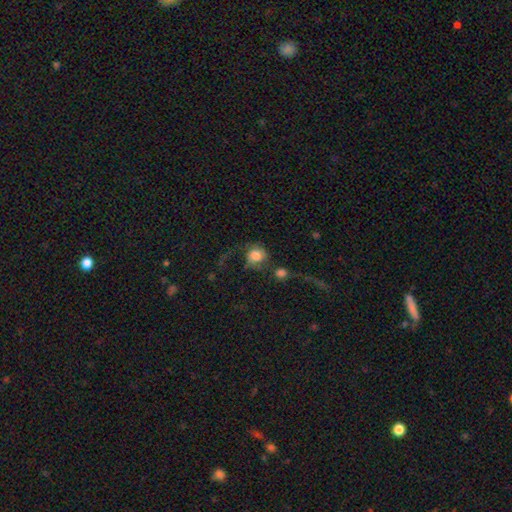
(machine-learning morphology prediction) Smooth or featured? Predicted: smooth (p=0.70). How rounded? Predicted: round (p=0.83). Merging? Predicted: none (p=0.32).